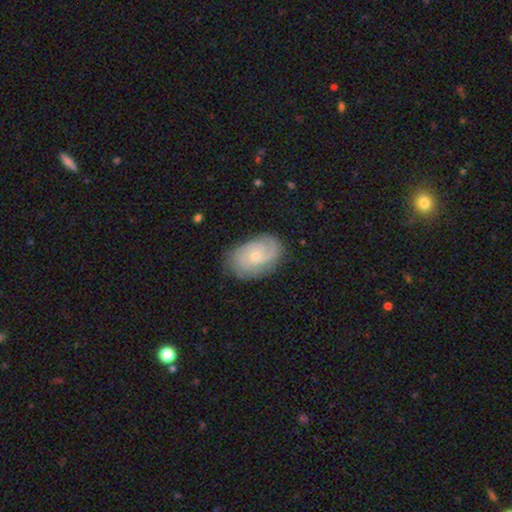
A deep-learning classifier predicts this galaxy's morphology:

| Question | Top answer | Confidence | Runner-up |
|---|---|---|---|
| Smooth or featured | featured or disk | 74% | smooth (20%) |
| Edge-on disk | no | 97% | yes (3%) |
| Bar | no | 70% | weak (27%) |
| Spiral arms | yes | 94% | no (6%) |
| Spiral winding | tight | 53% | medium (36%) |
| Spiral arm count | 2 | 39% | can't tell (27%) |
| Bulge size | small | 66% | moderate (30%) |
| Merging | none | 77% | minor disturbance (17%) |